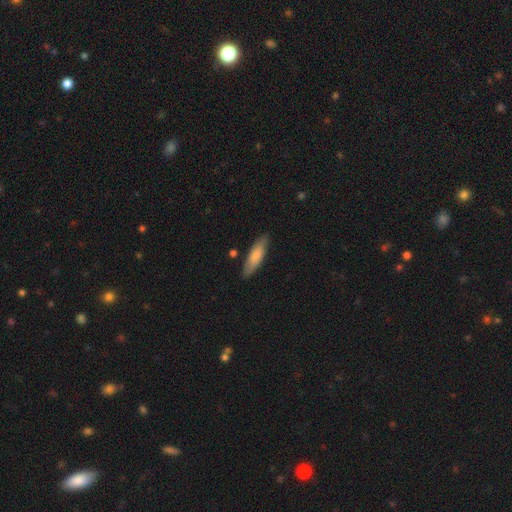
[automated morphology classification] Smooth or featured? smooth (77%)
How rounded? cigar-shaped (58%)
Merging? none (83%)